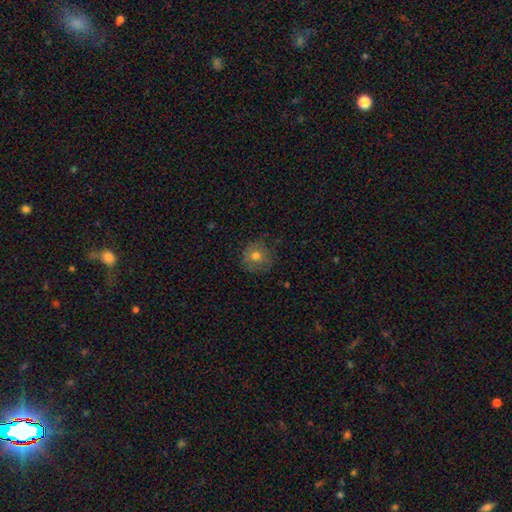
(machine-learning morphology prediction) Smooth or featured? Predicted: smooth (p=0.73). How rounded? Predicted: round (p=0.91). Merging? Predicted: none (p=0.79).